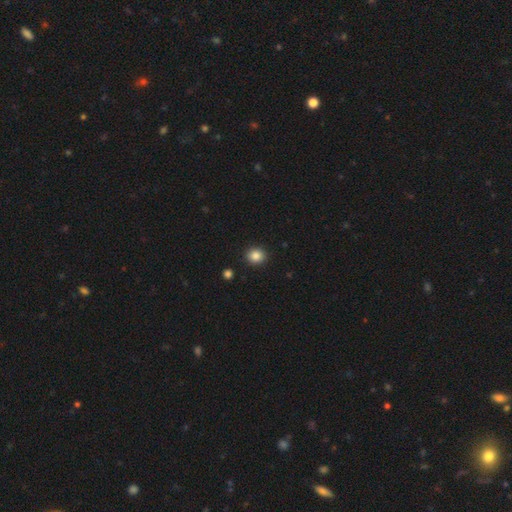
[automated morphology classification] Overall: smooth (85%). How rounded: round (83%). Merging: none (91%).